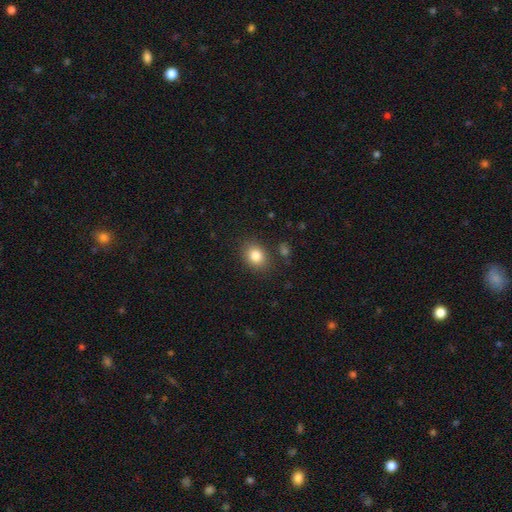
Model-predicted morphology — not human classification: Smooth or featured?
  - smooth: 84% *
  - star or artifact: 10%
  - featured or disk: 6%
How rounded?
  - in between: 52% *
  - round: 47%
  - cigar-shaped: 1%
Merging?
  - none: 83% *
  - minor disturbance: 11%
  - major disturbance: 3%
  - merger: 3%